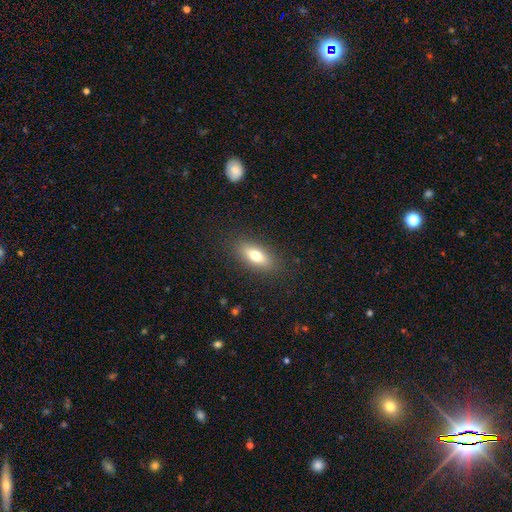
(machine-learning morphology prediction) Smooth or featured?
  - smooth: 71% *
  - featured or disk: 20%
  - star or artifact: 8%
How rounded?
  - in between: 76% *
  - cigar-shaped: 19%
  - round: 5%
Merging?
  - none: 87% *
  - minor disturbance: 9%
  - major disturbance: 3%
  - merger: 1%